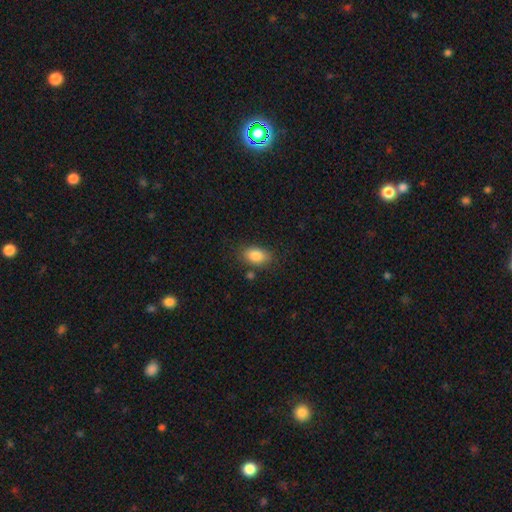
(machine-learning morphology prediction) Smooth or featured?
  - smooth: 85% *
  - star or artifact: 8%
  - featured or disk: 7%
How rounded?
  - in between: 88% *
  - round: 10%
  - cigar-shaped: 2%
Merging?
  - none: 78% *
  - minor disturbance: 15%
  - merger: 4%
  - major disturbance: 4%